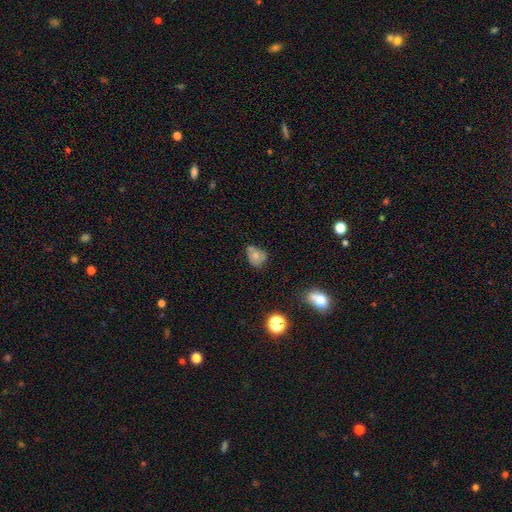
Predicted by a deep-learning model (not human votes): This appears to be a smooth galaxy with no disk features (67%) that is in between round and cigar-shaped (50%). Merging: none (44%).